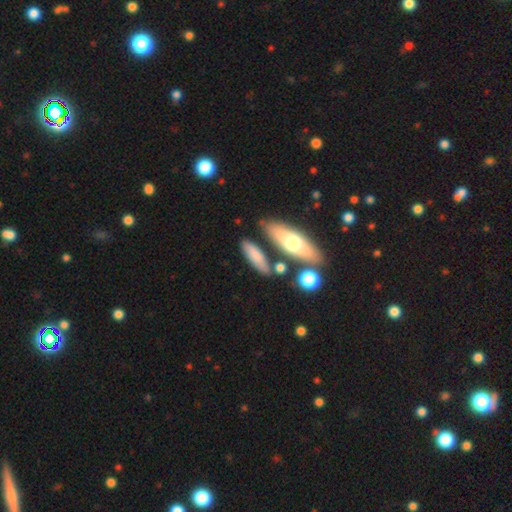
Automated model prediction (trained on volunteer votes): Q: Smooth or featured?
A: smooth (72%); runner-up: featured or disk (21%)
Q: How rounded?
A: cigar-shaped (50%); runner-up: in between (46%)
Q: Merging?
A: none (73%); runner-up: minor disturbance (14%)